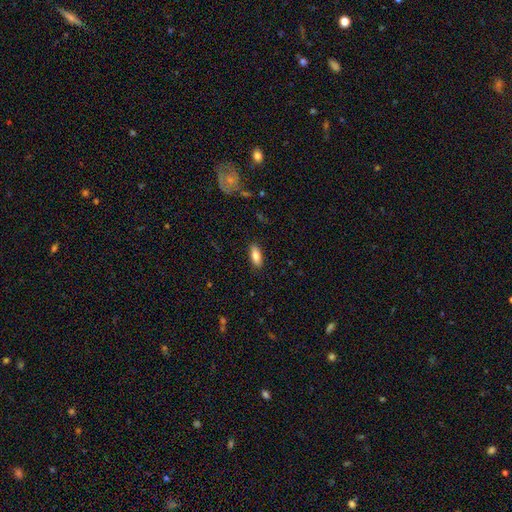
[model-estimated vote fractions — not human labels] Smooth or featured? smooth (81%)
How rounded? in between (78%)
Merging? none (88%)